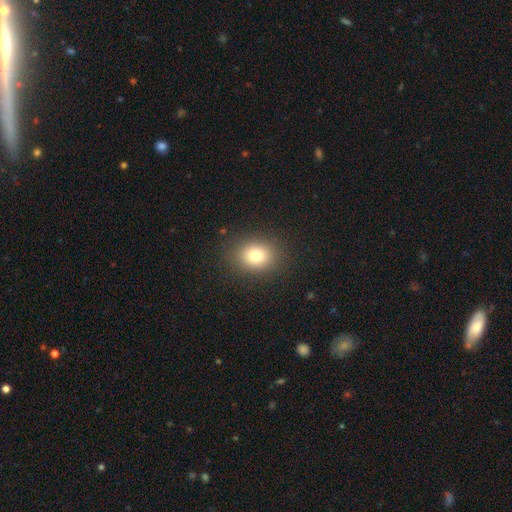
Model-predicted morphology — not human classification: Smooth or featured? Predicted: smooth (p=0.78). How rounded? Predicted: round (p=0.58). Merging? Predicted: none (p=0.88).